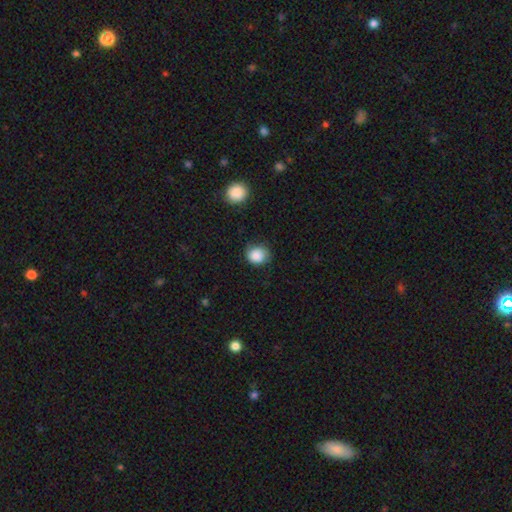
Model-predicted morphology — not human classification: Smooth or featured? smooth (87%)
How rounded? round (78%)
Merging? none (75%)